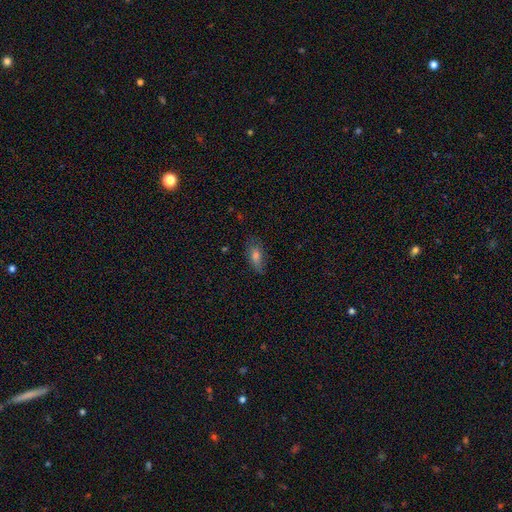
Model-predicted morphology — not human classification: Overall: smooth (66%). How rounded: in between (79%). Merging: none (75%).